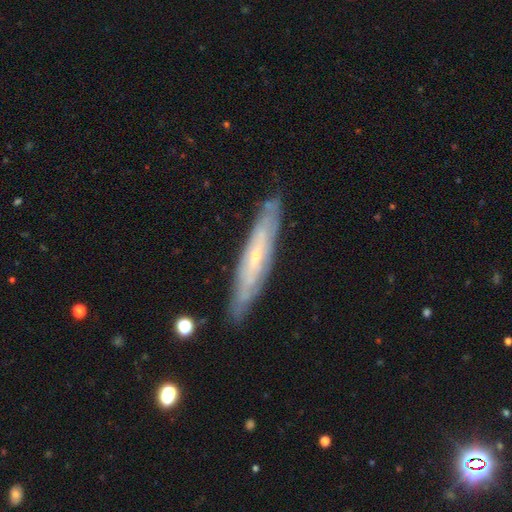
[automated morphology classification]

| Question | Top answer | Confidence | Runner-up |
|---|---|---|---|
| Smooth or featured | featured or disk | 73% | smooth (21%) |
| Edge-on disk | yes | 57% | no (43%) |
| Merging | none | 82% | minor disturbance (13%) |